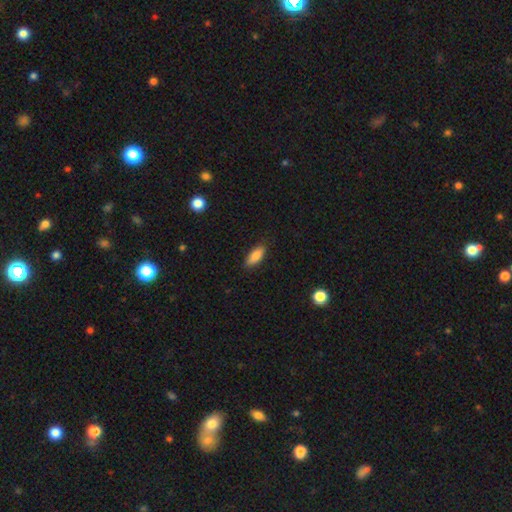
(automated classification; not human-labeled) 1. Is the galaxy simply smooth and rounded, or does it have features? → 84% smooth, 9% featured or disk, 7% star or artifact.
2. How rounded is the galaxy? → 79% in between, 19% cigar-shaped, 2% round.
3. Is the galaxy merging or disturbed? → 85% none, 12% minor disturbance, 2% major disturbance, 1% merger.